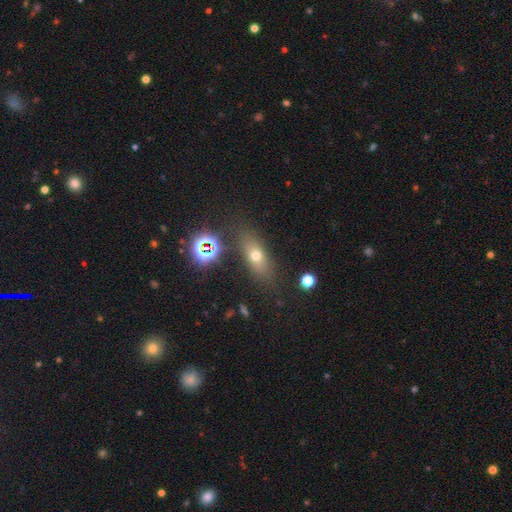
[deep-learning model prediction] Smooth or featured: smooth — 61% (featured or disk — 21%)
How rounded: in between — 62% (cigar-shaped — 23%)
Merging: none — 75% (minor disturbance — 14%)